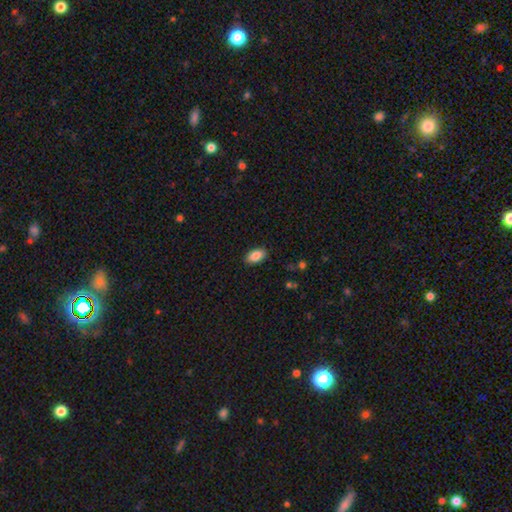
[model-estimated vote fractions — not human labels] Smooth or featured?
  - smooth: 87% *
  - star or artifact: 7%
  - featured or disk: 6%
How rounded?
  - in between: 93% *
  - round: 5%
  - cigar-shaped: 3%
Merging?
  - none: 88% *
  - minor disturbance: 9%
  - major disturbance: 2%
  - merger: 1%